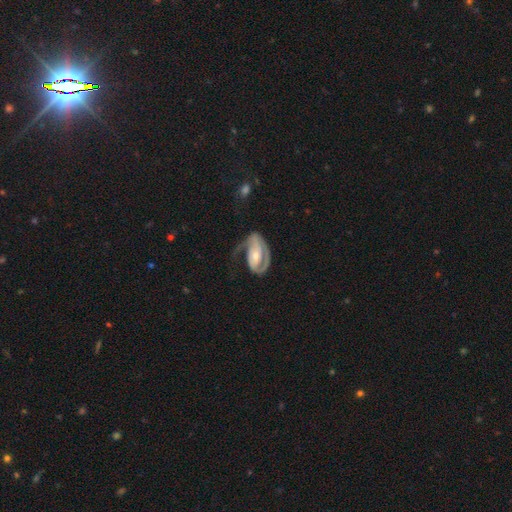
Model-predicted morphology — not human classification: featured or disk 81%, smooth 14%, star or artifact 4%. Down the decision tree: edge-on disk — no (96%); bar — no (46%); spiral arms — yes (90%); spiral arm count — 2 (51%); spiral winding — tight (39%, tied with medium); bulge size — small (49%); merging — none (38%).